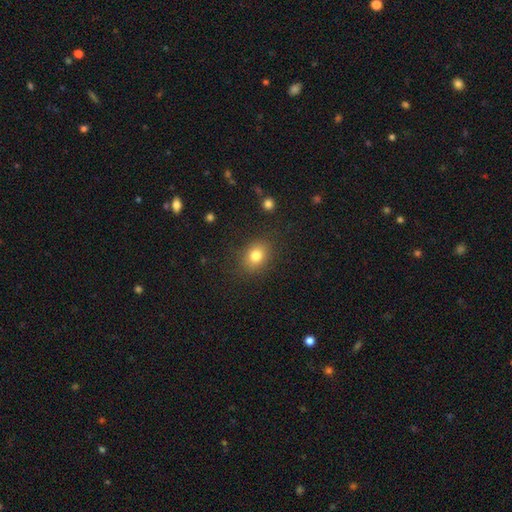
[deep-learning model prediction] A smooth galaxy with no disk features (80%) that is round (50%). Merging: none (83%).